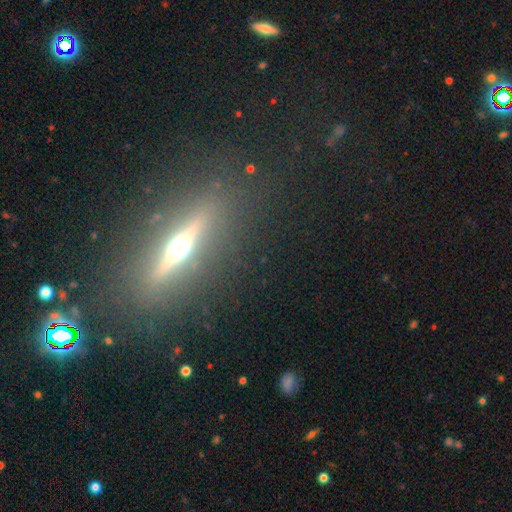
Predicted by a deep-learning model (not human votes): Overall: featured or disk (70%). Edge-on disk: yes (92%). Edge-on bulge: rounded (94%). Merging: none (84%).